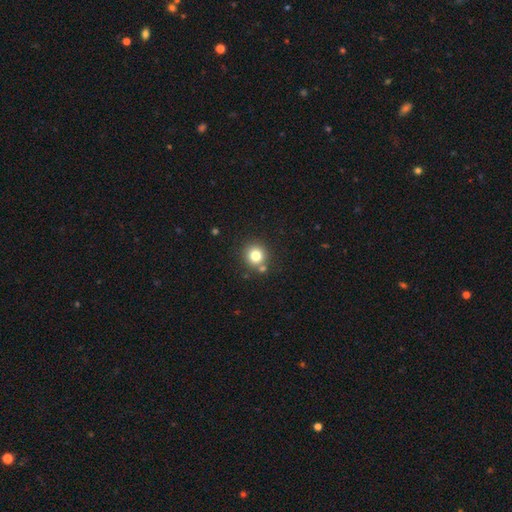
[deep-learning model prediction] This is likely a smooth galaxy (78%). How rounded: clearly round (90%). Merging: likely none (78%).